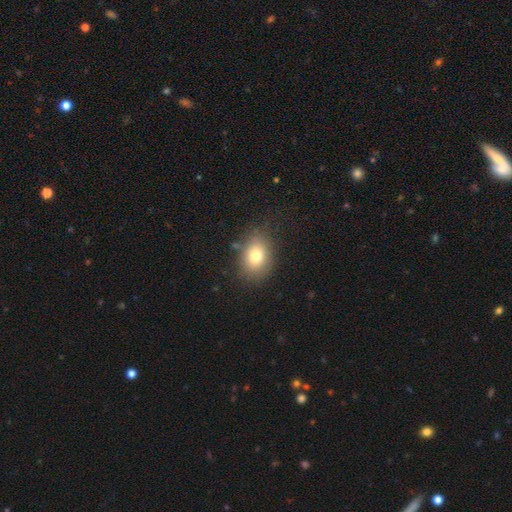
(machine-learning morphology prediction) This is likely a smooth galaxy (77%). How rounded: likely in between (69%). Merging: clearly none (81%).